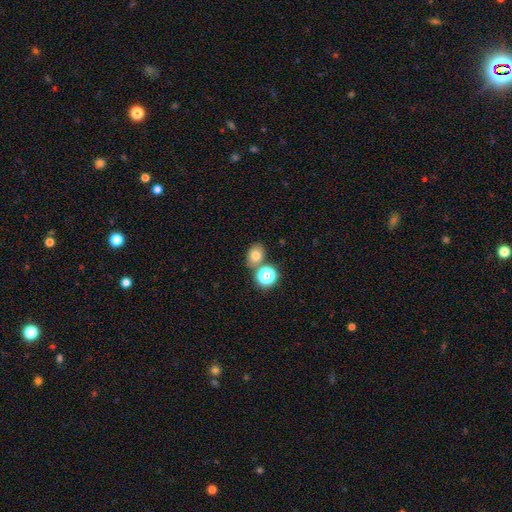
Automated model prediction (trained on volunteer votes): Smooth or featured? Predicted: smooth (p=0.74). How rounded? Predicted: in between (p=0.56). Merging? Predicted: none (p=0.65).